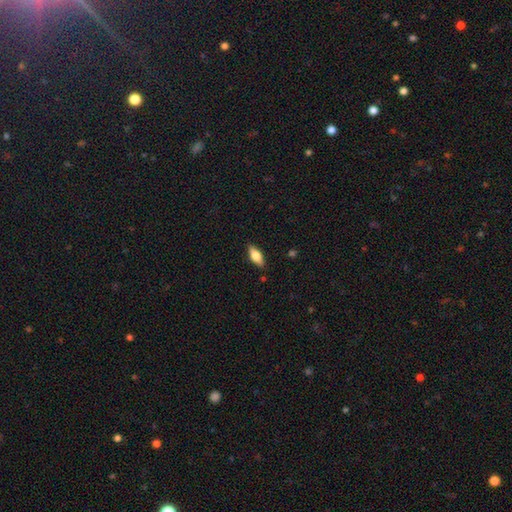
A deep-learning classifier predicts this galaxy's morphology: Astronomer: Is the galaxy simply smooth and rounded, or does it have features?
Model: smooth — 68%.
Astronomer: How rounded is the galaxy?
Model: in between — 77%.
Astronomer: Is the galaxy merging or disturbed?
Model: none — 86%.